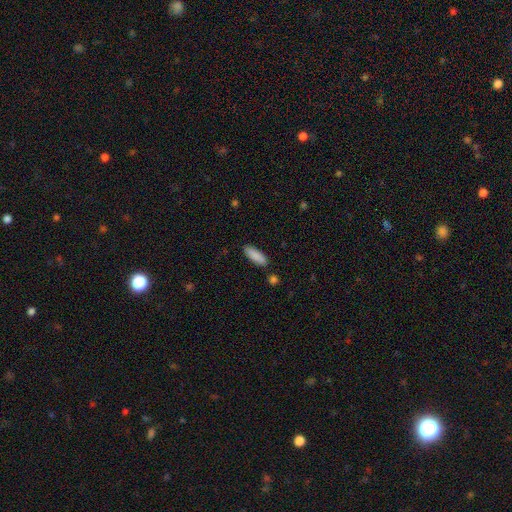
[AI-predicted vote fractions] Smooth or featured? Predicted: smooth (p=0.89). How rounded? Predicted: in between (p=0.57). Merging? Predicted: none (p=0.86).